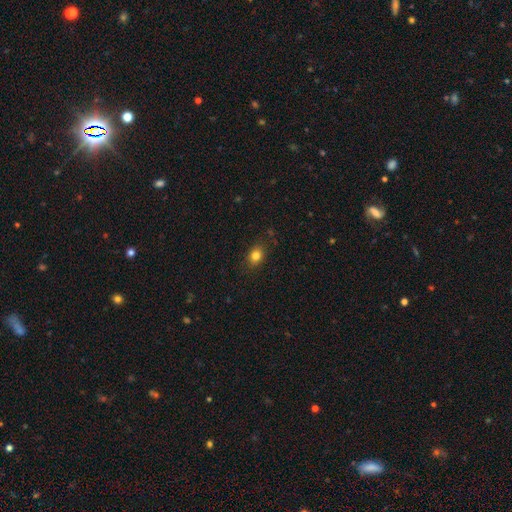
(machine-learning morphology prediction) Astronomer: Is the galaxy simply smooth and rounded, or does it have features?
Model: smooth — 81%.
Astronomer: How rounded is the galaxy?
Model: in between — 59% (runner-up: round, 40%).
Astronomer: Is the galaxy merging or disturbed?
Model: none — 84%.